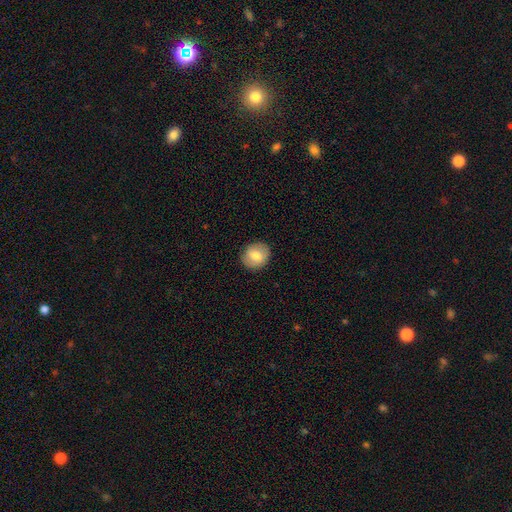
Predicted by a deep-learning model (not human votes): Smooth or featured?
  - smooth: 77% *
  - featured or disk: 15%
  - star or artifact: 8%
How rounded?
  - round: 80% *
  - in between: 19%
  - cigar-shaped: 1%
Merging?
  - none: 89% *
  - minor disturbance: 8%
  - major disturbance: 2%
  - merger: 1%